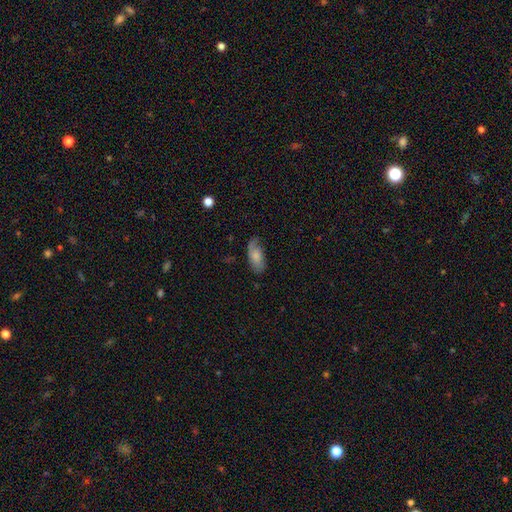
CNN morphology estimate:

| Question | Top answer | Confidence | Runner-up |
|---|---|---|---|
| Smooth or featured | smooth | 62% | featured or disk (31%) |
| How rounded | in between | 90% | cigar-shaped (7%) |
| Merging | none | 56% | minor disturbance (29%) |